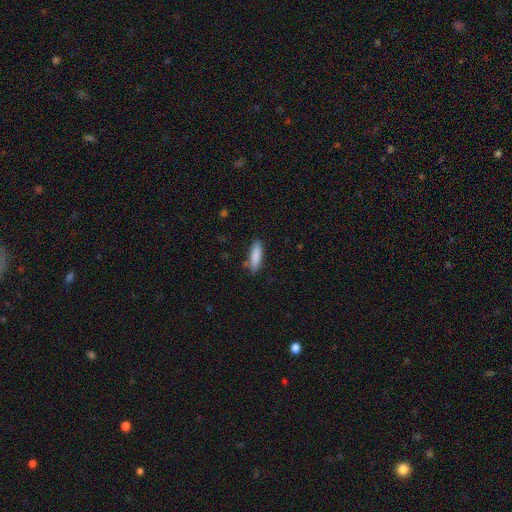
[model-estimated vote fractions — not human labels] Smooth or featured: smooth — 87% (featured or disk — 7%)
How rounded: cigar-shaped — 59% (in between — 39%)
Merging: none — 83% (minor disturbance — 12%)